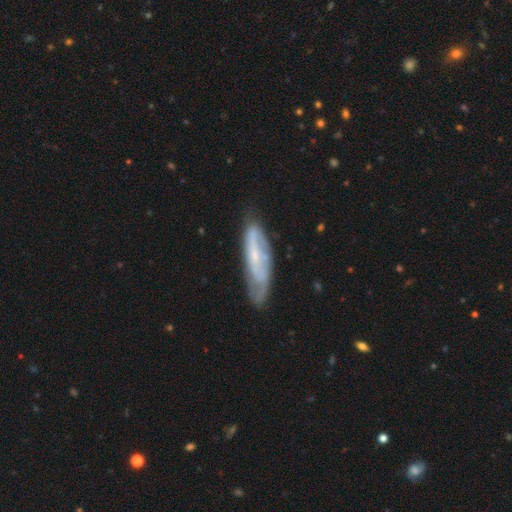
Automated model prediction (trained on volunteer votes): A featured or disk galaxy (65%).

Vote fractions:
- Smooth or featured? featured or disk: 65% / smooth: 29% / star or artifact: 7%
- Edge-on disk? no: 71% / yes: 29%
- Merging? none: 66% / minor disturbance: 24% / major disturbance: 7% / merger: 2%